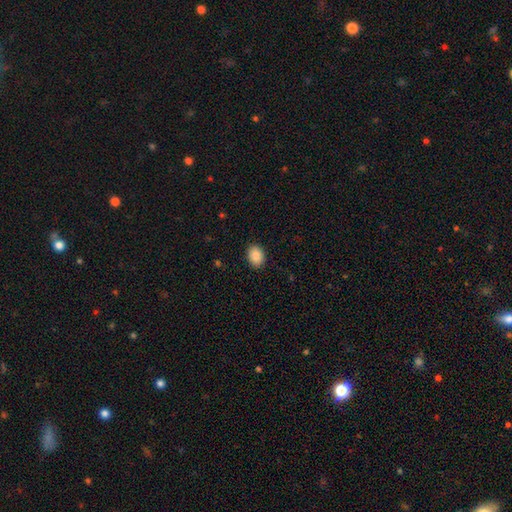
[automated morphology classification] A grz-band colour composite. It shows a smooth galaxy with no disk features (89%) that is in between round and cigar-shaped (72%). Merging: none (89%).